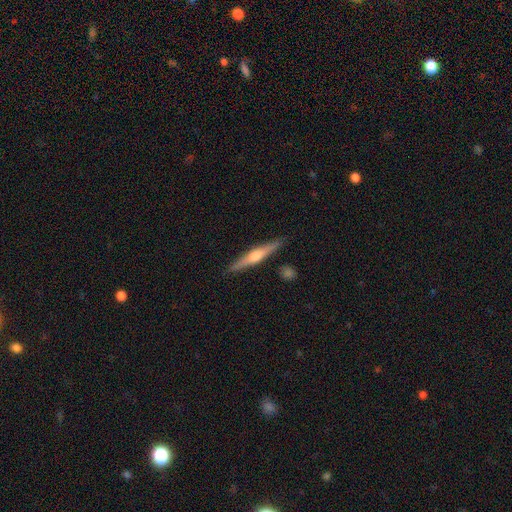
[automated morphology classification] smooth_or_featured: featured or disk (p=0.70) [alt: smooth p=0.25]
disk_edge_on: yes (p=0.98) [alt: no p=0.02]
edge_on_bulge: rounded (p=0.87) [alt: boxy p=0.08]
merging: none (p=0.89) [alt: minor disturbance p=0.07]